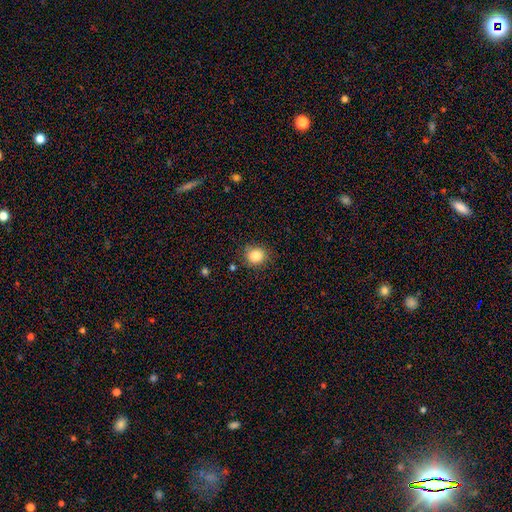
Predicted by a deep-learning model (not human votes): A smooth galaxy with no disk features (84%) that is round (81%). Merging: none (83%).